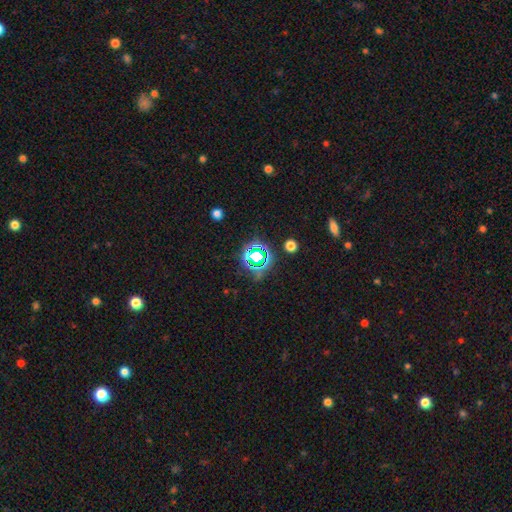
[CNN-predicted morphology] Smooth or featured: star or artifact — 68% (smooth — 22%)